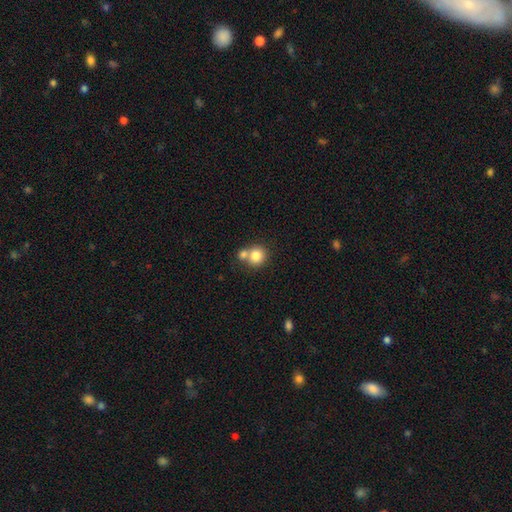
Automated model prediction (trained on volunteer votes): A smooth galaxy with no disk features (81%) that is round (86%).

Vote fractions:
- Smooth or featured? smooth: 81% / star or artifact: 10% / featured or disk: 10%
- How rounded? round: 86% / in between: 13% / cigar-shaped: 1%
- Merging? none: 48% / merger: 42% / minor disturbance: 7% / major disturbance: 3%